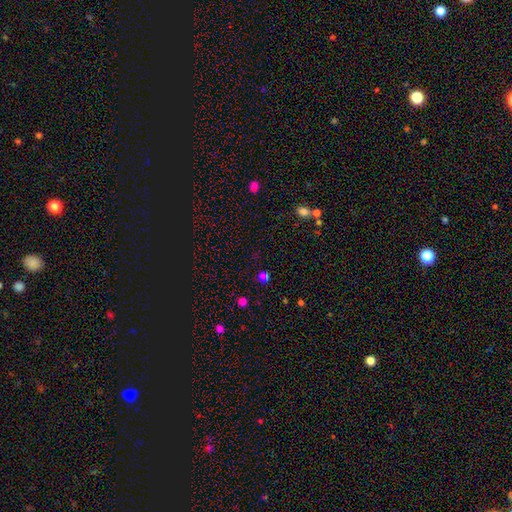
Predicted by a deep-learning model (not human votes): This is possibly a star or artifact rather than a galaxy (47%, tied with smooth).